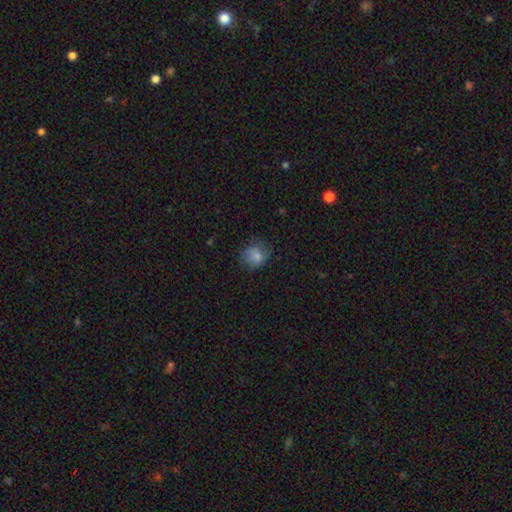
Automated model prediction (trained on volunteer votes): smooth 75%, featured or disk 15%, star or artifact 10%. Down the decision tree: how rounded — round (68%); merging — none (63%).